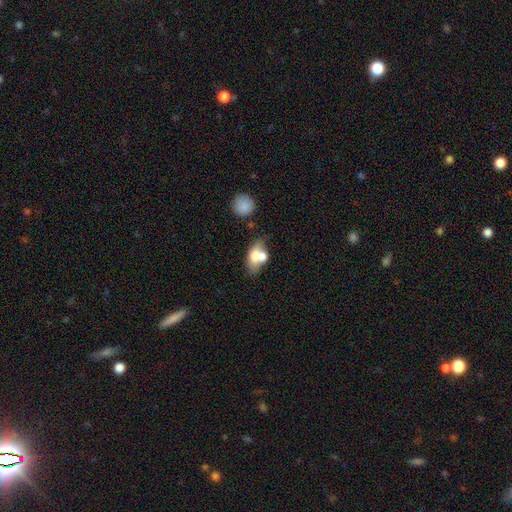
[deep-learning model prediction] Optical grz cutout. It shows a smooth galaxy with no disk features (64%) that is in between round and cigar-shaped (80%). Merging: merger (43%).